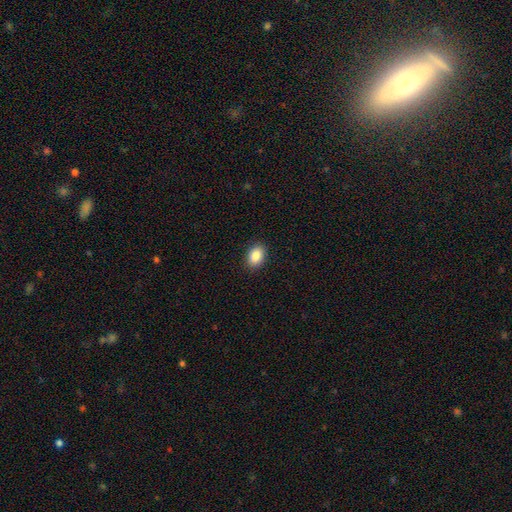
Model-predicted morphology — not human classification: The model was most divided on "how rounded": in between: 82%, round: 17%, cigar-shaped: 1%. More confident: merging — none (90%); smooth or featured — smooth (88%).